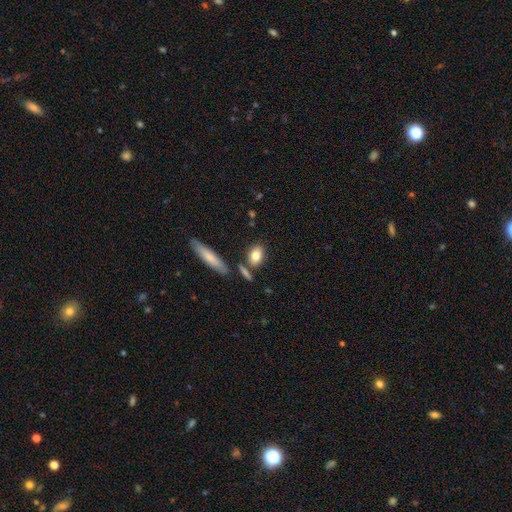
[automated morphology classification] A smooth galaxy with no disk features (78%) that is in between round and cigar-shaped (73%). Merging: none (73%).